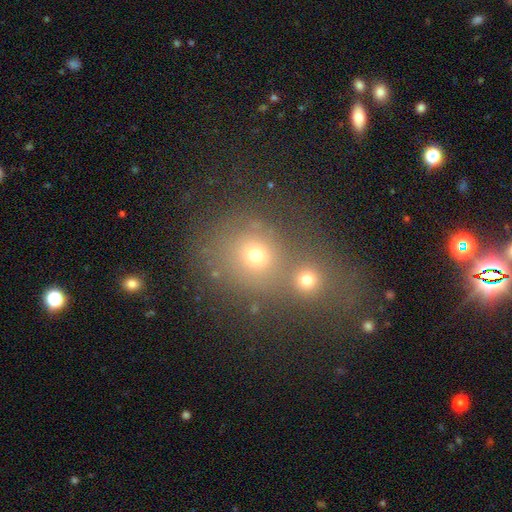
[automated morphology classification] Smooth or featured?
  - smooth: 66% *
  - star or artifact: 21%
  - featured or disk: 13%
How rounded?
  - round: 79% *
  - in between: 20%
  - cigar-shaped: 1%
Merging?
  - merger: 45% *
  - none: 43%
  - minor disturbance: 8%
  - major disturbance: 5%